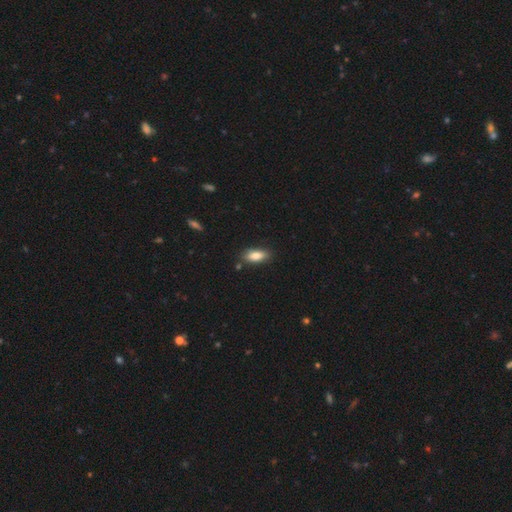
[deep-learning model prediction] Overall: smooth (82%). How rounded: in between (80%). Merging: none (80%).